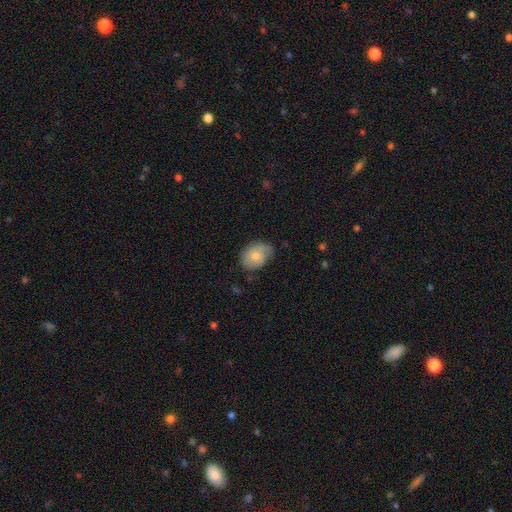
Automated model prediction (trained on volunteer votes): Q: Smooth or featured?
A: smooth (68%); runner-up: featured or disk (24%)
Q: How rounded?
A: in between (61%); runner-up: round (38%)
Q: Merging?
A: none (51%); runner-up: minor disturbance (36%)